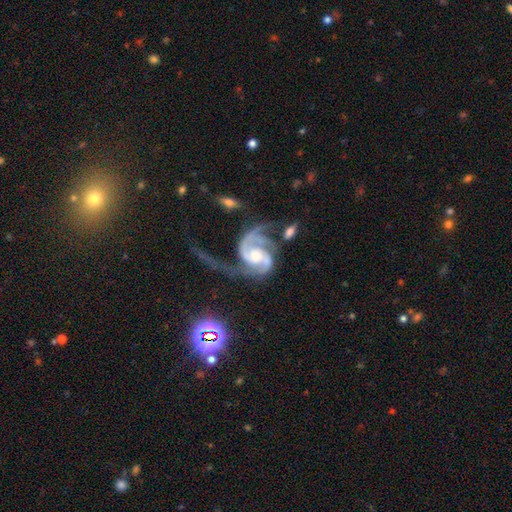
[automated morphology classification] Smooth or featured?
  - featured or disk: 92% *
  - star or artifact: 4%
  - smooth: 4%
Edge-on disk?
  - no: 98% *
  - yes: 2%
Bar?
  - no: 56% *
  - weak: 33%
  - strong: 11%
Spiral arms?
  - yes: 98% *
  - no: 2%
Spiral winding?
  - medium: 48% *
  - tight: 29%
  - loose: 22%
Spiral arm count?
  - 2: 70% *
  - 3: 13%
  - can't tell: 6%
  - 1: 5%
  - 4: 3%
  - more than 4: 3%
Bulge size?
  - moderate: 56% *
  - large: 20%
  - small: 18%
  - none: 5%
  - dominant: 2%
Merging?
  - major disturbance: 43% *
  - none: 29%
  - minor disturbance: 17%
  - merger: 11%